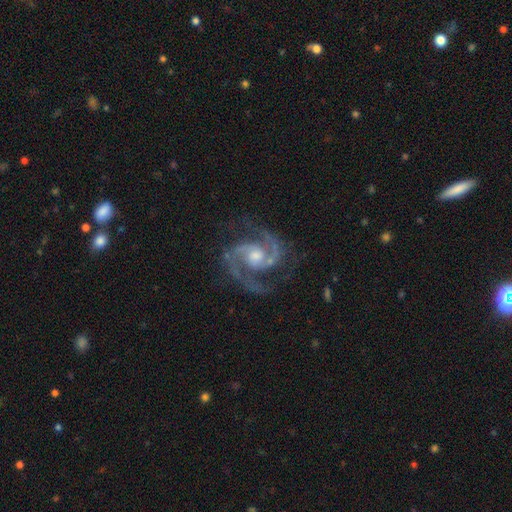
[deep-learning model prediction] Smooth or featured: featured or disk — 94% (star or artifact — 4%)
Edge-on disk: no — 98% (yes — 2%)
Bar: no — 54% (weak — 35%)
Spiral arms: yes — 99% (no — 1%)
Spiral winding: medium — 65% (tight — 26%)
Spiral arm count: 2 — 90% (3 — 4%)
Bulge size: moderate — 59% (small — 30%)
Merging: none — 78% (minor disturbance — 15%)